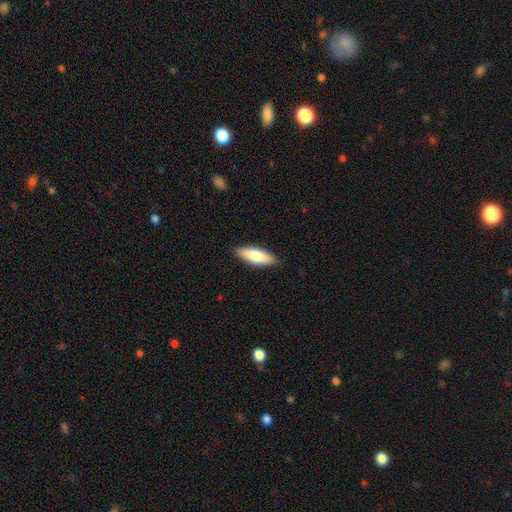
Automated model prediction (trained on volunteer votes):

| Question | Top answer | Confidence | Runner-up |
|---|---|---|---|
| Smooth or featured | smooth | 76% | featured or disk (19%) |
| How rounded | in between | 56% | cigar-shaped (42%) |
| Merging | none | 89% | minor disturbance (9%) |